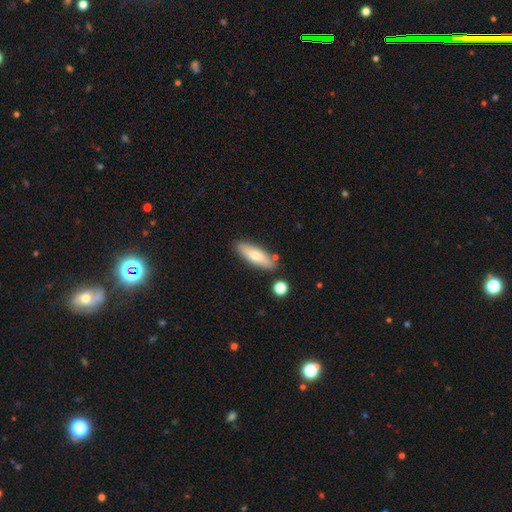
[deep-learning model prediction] Morphology: type=smooth (70%); roundness=cigar-shaped (50%); merging=none (81%).